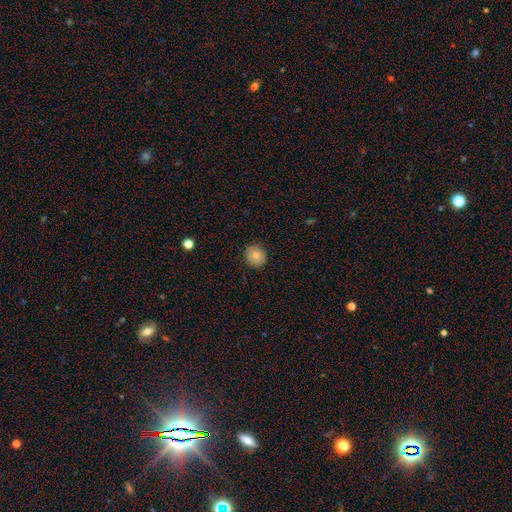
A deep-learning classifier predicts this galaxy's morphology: Smooth or featured? smooth (79%)
How rounded? round (86%)
Merging? none (90%)